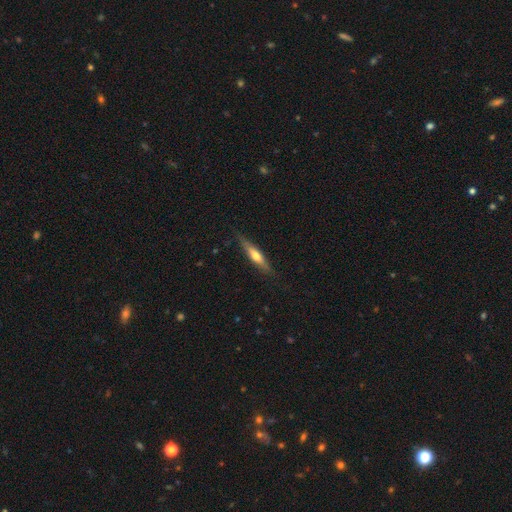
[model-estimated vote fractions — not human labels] smooth_or_featured: featured or disk (p=0.50) [alt: smooth p=0.44]
disk_edge_on: yes (p=0.92) [alt: no p=0.08]
merging: none (p=0.82) [alt: minor disturbance p=0.14]